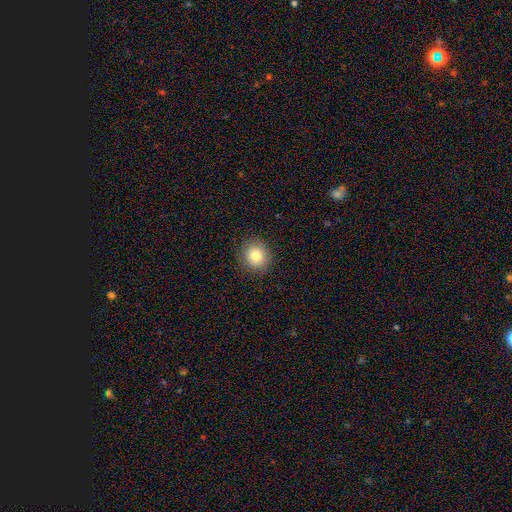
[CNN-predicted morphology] Smooth or featured? smooth (82%)
How rounded? round (90%)
Merging? none (90%)